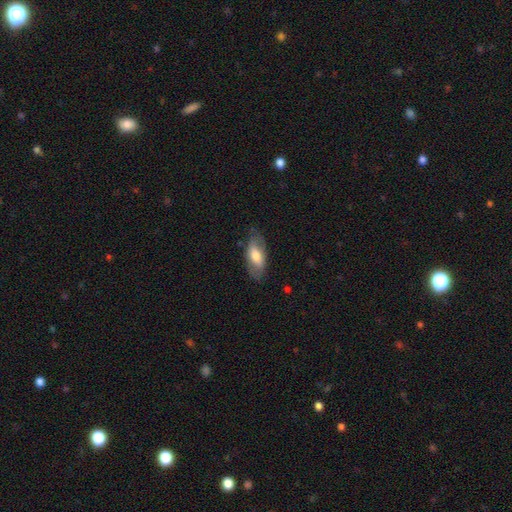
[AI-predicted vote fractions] Smooth or featured? smooth (61%)
How rounded? in between (86%)
Merging? none (74%)